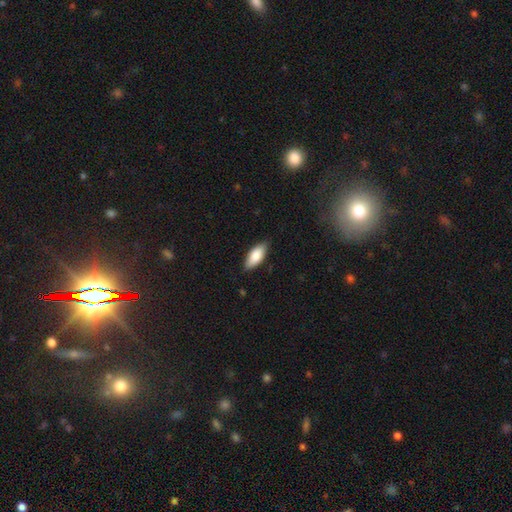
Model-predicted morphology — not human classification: smooth 81%, featured or disk 13%, star or artifact 6%. Down the decision tree: how rounded — in between (84%); merging — none (82%).